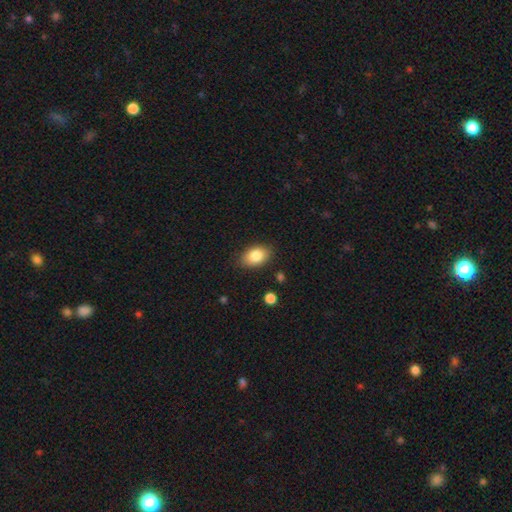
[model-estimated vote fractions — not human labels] A smooth galaxy with no disk features (85%) that is in between round and cigar-shaped (88%). Merging: none (84%).